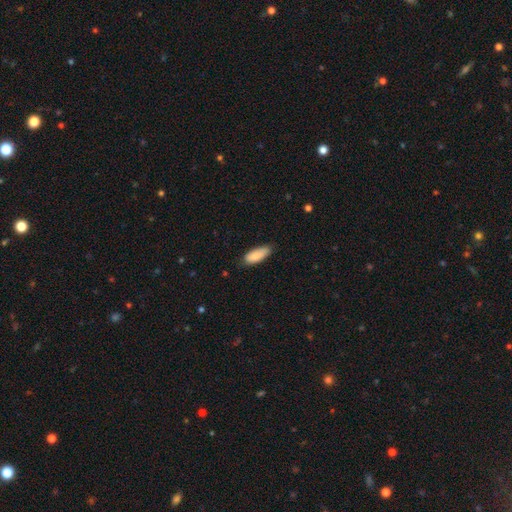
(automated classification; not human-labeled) smooth 87%, featured or disk 7%, star or artifact 6%. Down the decision tree: how rounded — in between (73%); merging — none (73%).